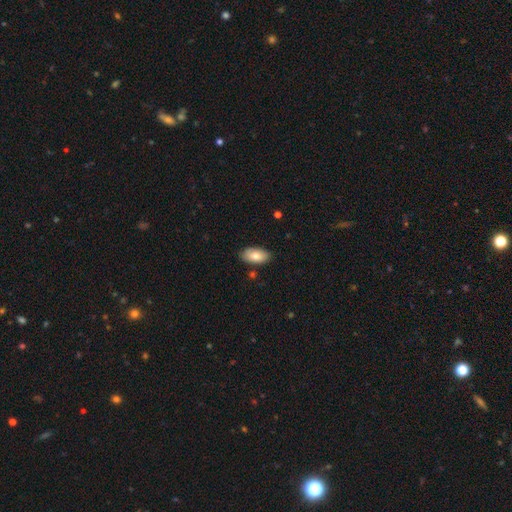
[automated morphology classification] This appears to be a smooth galaxy with no disk features (76%) that is in between round and cigar-shaped (94%). Merging: none (85%).